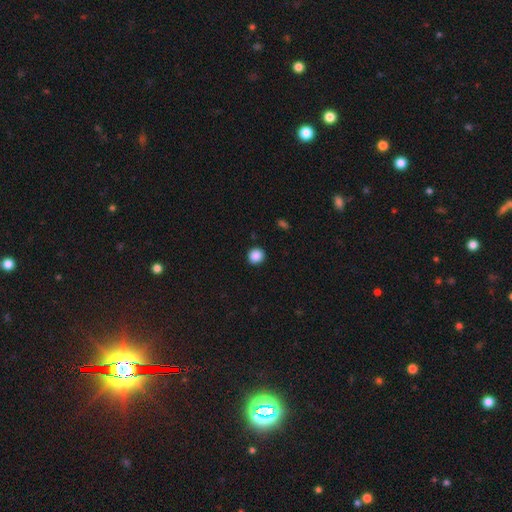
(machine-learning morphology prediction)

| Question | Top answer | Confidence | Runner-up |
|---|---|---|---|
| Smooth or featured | smooth | 88% | star or artifact (9%) |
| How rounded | round | 90% | in between (9%) |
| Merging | none | 92% | minor disturbance (5%) |